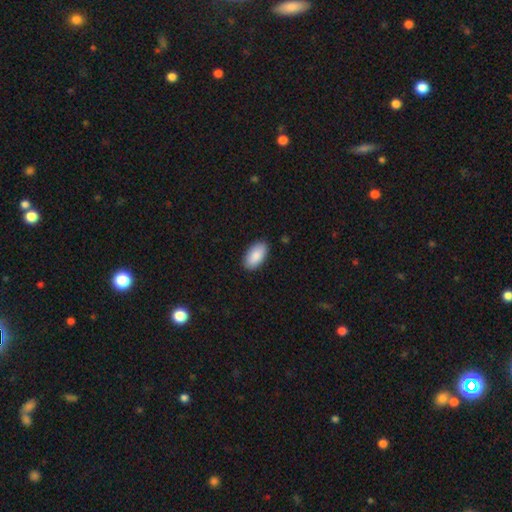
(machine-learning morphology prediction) Smooth or featured: smooth — 89% (star or artifact — 6%)
How rounded: in between — 95% (round — 2%)
Merging: none — 89% (minor disturbance — 8%)